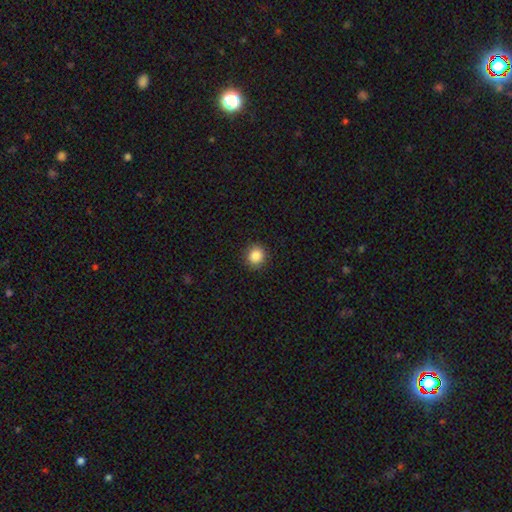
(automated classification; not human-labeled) A smooth galaxy with no disk features (86%) that is round (89%).

Vote fractions:
- Smooth or featured? smooth: 86% / star or artifact: 10% / featured or disk: 4%
- How rounded? round: 89% / in between: 10% / cigar-shaped: 1%
- Merging? none: 91% / minor disturbance: 6% / major disturbance: 2% / merger: 1%